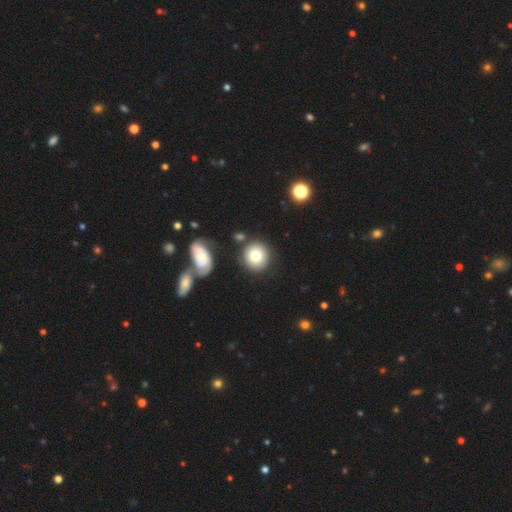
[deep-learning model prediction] This appears to be a smooth galaxy with no disk features (76%) that is round (88%). Merging: none (77%).